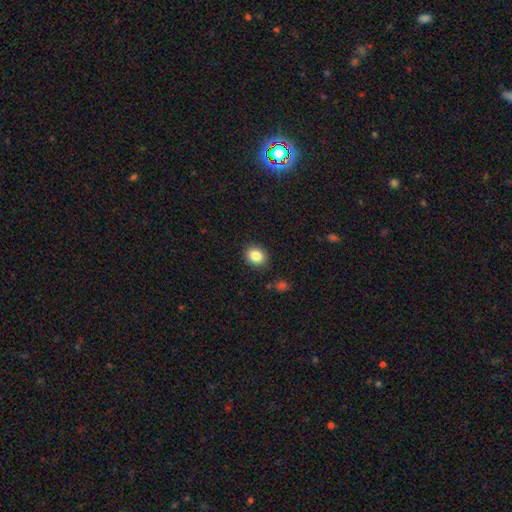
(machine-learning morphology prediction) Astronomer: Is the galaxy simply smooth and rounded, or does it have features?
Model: smooth — 86%.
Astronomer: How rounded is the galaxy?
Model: round — 59% (runner-up: in between, 40%).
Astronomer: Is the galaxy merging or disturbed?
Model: none — 88%.